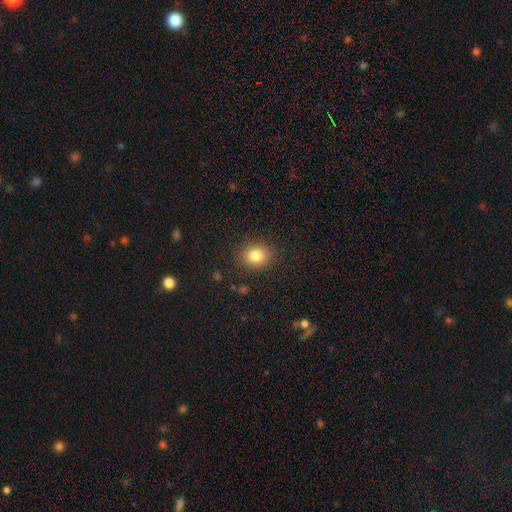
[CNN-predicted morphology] A smooth galaxy with no disk features (81%) that is round (64%).

Vote fractions:
- Smooth or featured? smooth: 81% / star or artifact: 11% / featured or disk: 7%
- How rounded? round: 64% / in between: 35% / cigar-shaped: 1%
- Merging? none: 88% / minor disturbance: 8% / major disturbance: 3% / merger: 1%